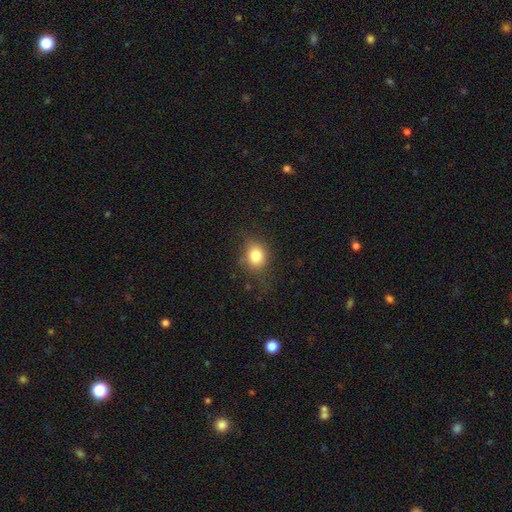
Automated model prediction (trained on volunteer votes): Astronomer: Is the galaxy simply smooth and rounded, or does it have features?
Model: smooth — 80%.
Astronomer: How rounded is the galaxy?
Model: round — 62%.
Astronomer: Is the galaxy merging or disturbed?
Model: none — 69%.